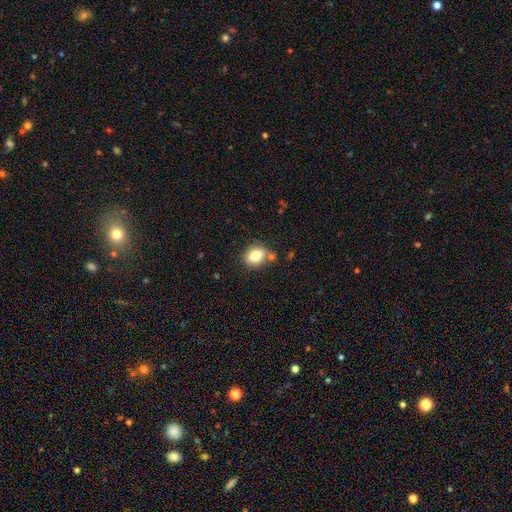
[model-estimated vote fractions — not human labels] Smooth or featured?
  - smooth: 79% *
  - featured or disk: 11%
  - star or artifact: 10%
How rounded?
  - in between: 62% *
  - round: 37%
  - cigar-shaped: 1%
Merging?
  - none: 72% *
  - minor disturbance: 14%
  - merger: 11%
  - major disturbance: 4%